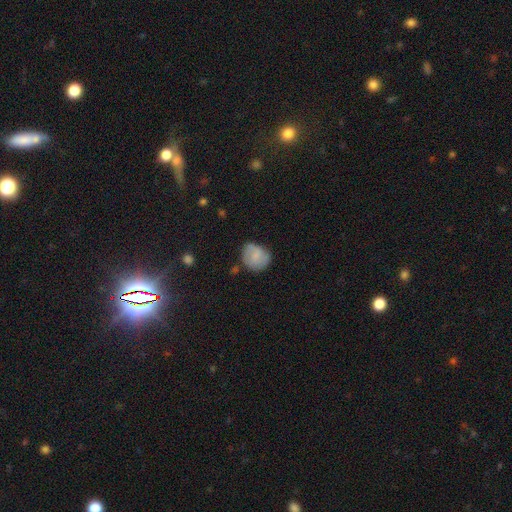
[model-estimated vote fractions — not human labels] smooth-or-featured: smooth: 70% | featured or disk: 22% | star or artifact: 8%
  how-rounded: round: 73% | in between: 26% | cigar-shaped: 1%
  merging: none: 62% | minor disturbance: 27% | major disturbance: 8% | merger: 4%